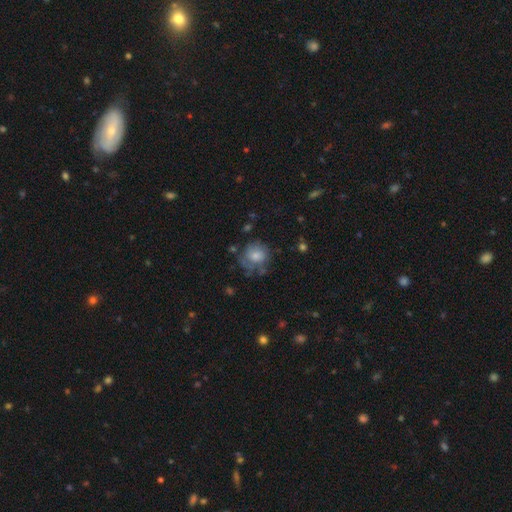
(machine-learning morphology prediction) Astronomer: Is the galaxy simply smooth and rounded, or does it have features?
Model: smooth — 61%.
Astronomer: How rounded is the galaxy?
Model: round — 82%.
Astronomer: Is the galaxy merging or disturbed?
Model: none — 53%.